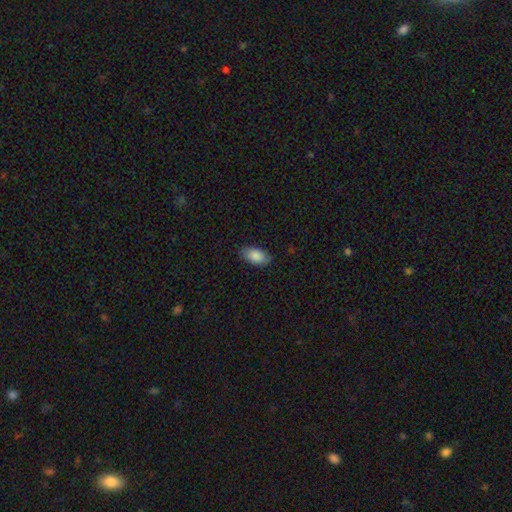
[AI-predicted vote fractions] Smooth or featured: smooth — 88% (star or artifact — 6%)
How rounded: in between — 94% (round — 4%)
Merging: none — 84% (minor disturbance — 12%)